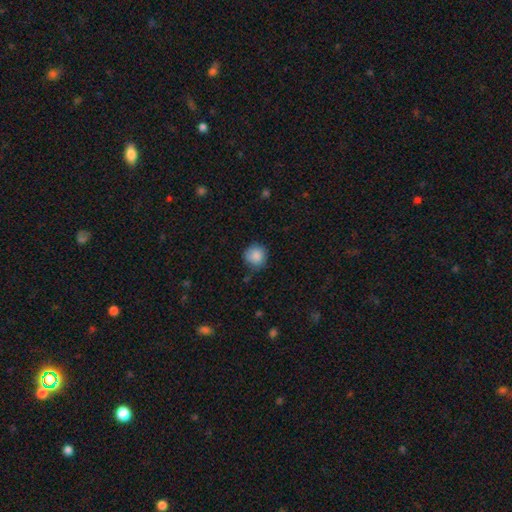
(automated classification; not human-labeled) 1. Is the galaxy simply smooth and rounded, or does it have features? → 86% smooth, 8% star or artifact, 6% featured or disk.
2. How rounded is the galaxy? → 91% round, 8% in between, 1% cigar-shaped.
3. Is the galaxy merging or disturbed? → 75% none, 20% minor disturbance, 4% major disturbance, 2% merger.